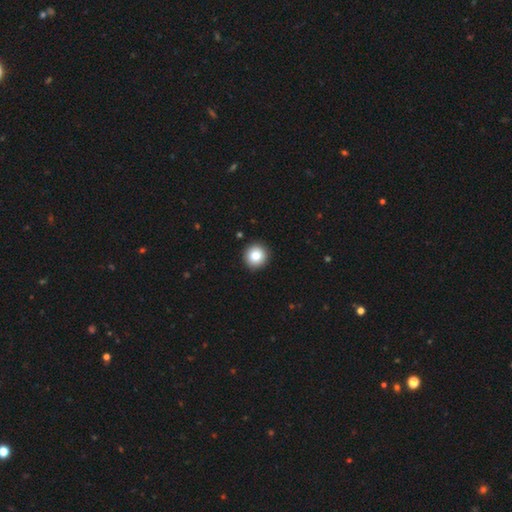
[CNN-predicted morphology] The model was most divided on "smooth or featured": smooth: 82%, star or artifact: 9%, featured or disk: 9%. More confident: how rounded — round (95%); merging — none (93%).